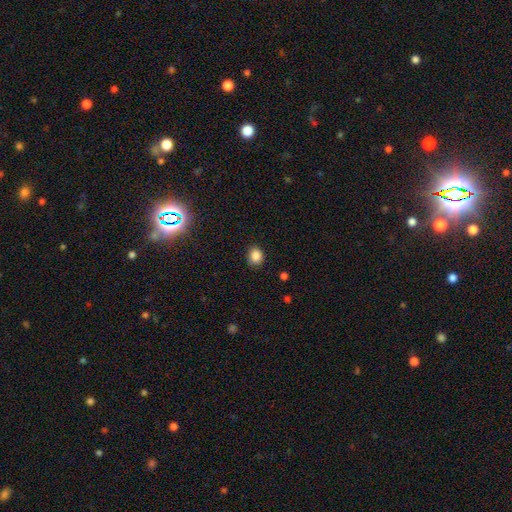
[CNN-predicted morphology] Smooth or featured? Predicted: smooth (p=0.86). How rounded? Predicted: round (p=0.64). Merging? Predicted: none (p=0.86).